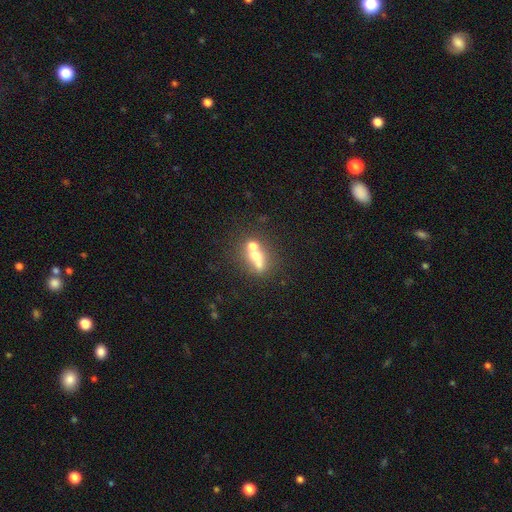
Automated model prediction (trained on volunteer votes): Overall: smooth (53%; featured or disk 31%). How rounded: round (58%; in between 38%). Merging: merger (57%; none 31%).